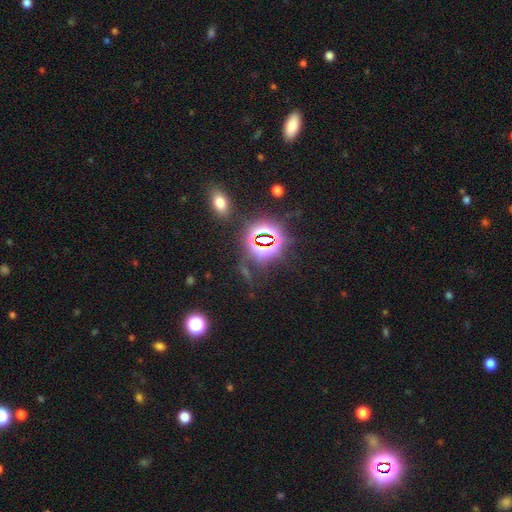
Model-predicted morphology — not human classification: This appears to be a star or artifact, not a galaxy (78%).